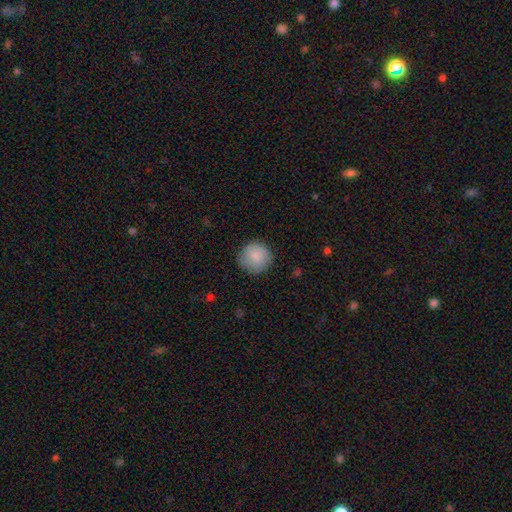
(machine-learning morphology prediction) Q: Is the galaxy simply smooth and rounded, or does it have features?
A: smooth — 86%.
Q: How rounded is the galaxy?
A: round — 93%.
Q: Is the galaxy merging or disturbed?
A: none — 83%.